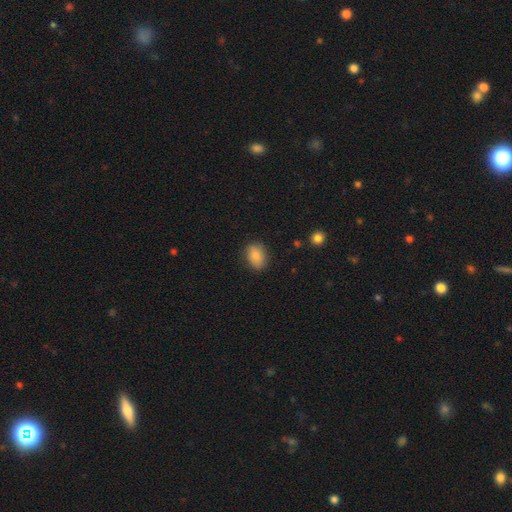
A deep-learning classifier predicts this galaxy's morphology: Smooth or featured: smooth — 83% (featured or disk — 8%)
How rounded: in between — 76% (round — 22%)
Merging: none — 81% (minor disturbance — 15%)